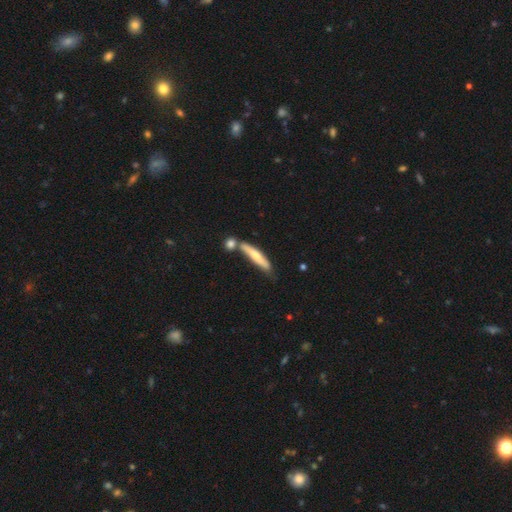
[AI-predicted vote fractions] This is likely a smooth galaxy (61%). How rounded: clearly cigar-shaped (89%). Merging: possibly none (55%).